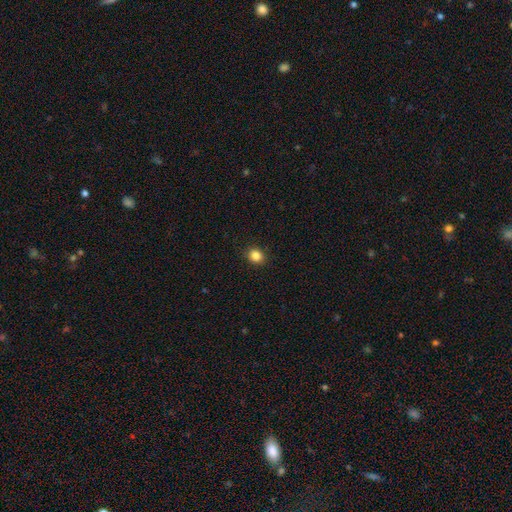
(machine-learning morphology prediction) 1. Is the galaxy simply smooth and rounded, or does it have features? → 85% smooth, 11% star or artifact, 4% featured or disk.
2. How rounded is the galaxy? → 75% round, 24% in between, 1% cigar-shaped.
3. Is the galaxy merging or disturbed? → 91% none, 6% minor disturbance, 2% major disturbance, 1% merger.